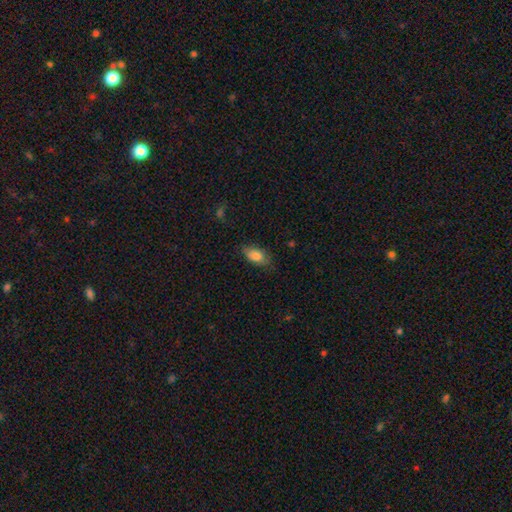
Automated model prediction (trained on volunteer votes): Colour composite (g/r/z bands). It shows a smooth galaxy with no disk features (83%) that is in between round and cigar-shaped (89%). Merging: none (70%).